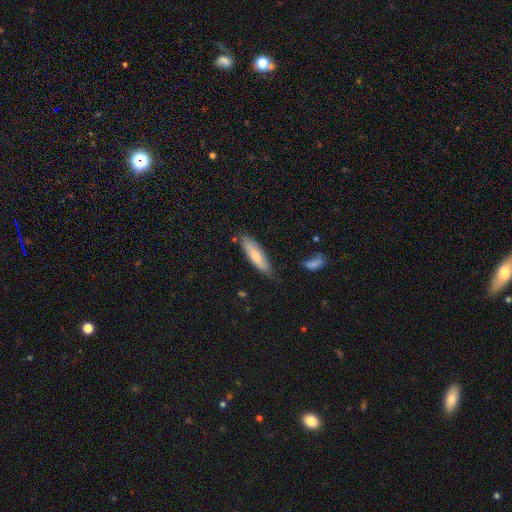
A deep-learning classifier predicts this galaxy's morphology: Smooth or featured?
  - smooth: 68% *
  - featured or disk: 27%
  - star or artifact: 6%
How rounded?
  - cigar-shaped: 64% *
  - in between: 35%
  - round: 2%
Merging?
  - none: 73% *
  - minor disturbance: 20%
  - major disturbance: 4%
  - merger: 3%